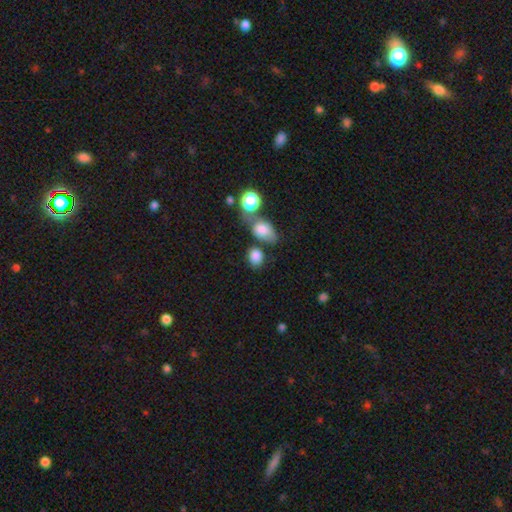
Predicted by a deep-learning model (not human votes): smooth 83%, star or artifact 10%, featured or disk 7%. Down the decision tree: how rounded — in between (51%); merging — none (59%).